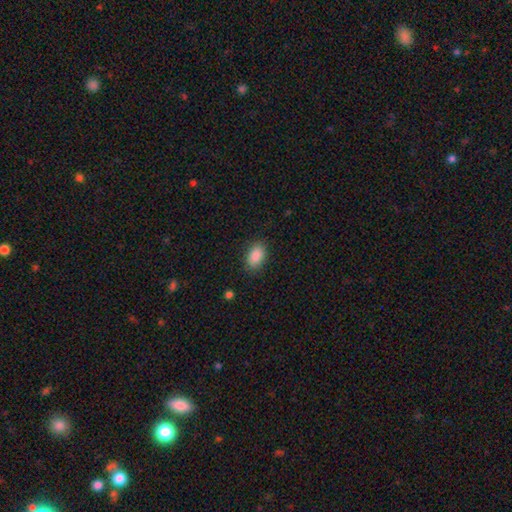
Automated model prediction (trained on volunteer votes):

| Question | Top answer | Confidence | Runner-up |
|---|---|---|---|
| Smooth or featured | smooth | 89% | star or artifact (8%) |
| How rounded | in between | 90% | round (8%) |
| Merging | none | 86% | minor disturbance (10%) |